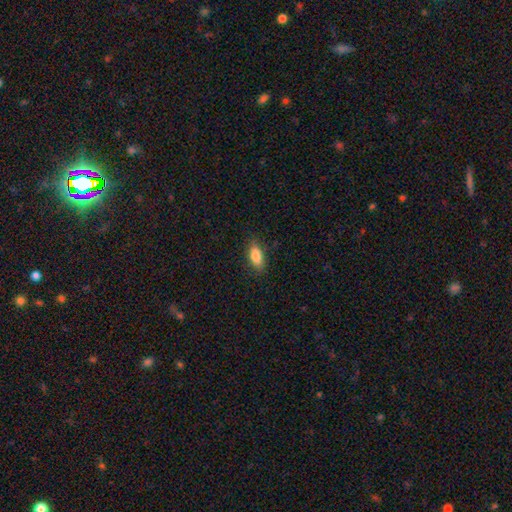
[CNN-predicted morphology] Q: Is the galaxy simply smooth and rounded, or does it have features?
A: smooth — 84%.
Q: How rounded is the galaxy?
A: in between — 82%.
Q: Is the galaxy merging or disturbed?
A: none — 84%.